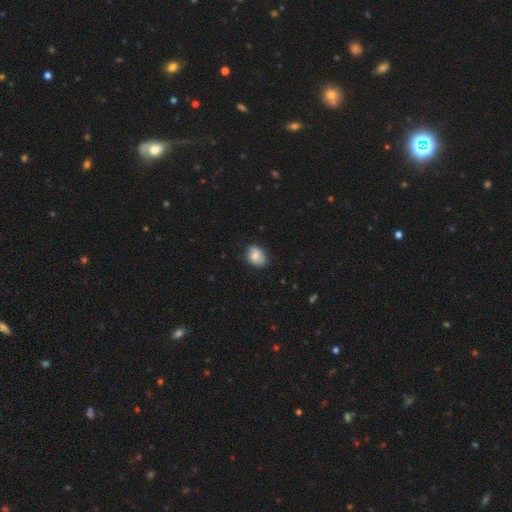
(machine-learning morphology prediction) smooth-or-featured: smooth: 80% | featured or disk: 13% | star or artifact: 8%
  how-rounded: in between: 66% | round: 33% | cigar-shaped: 1%
  merging: none: 80% | minor disturbance: 16% | major disturbance: 3% | merger: 1%